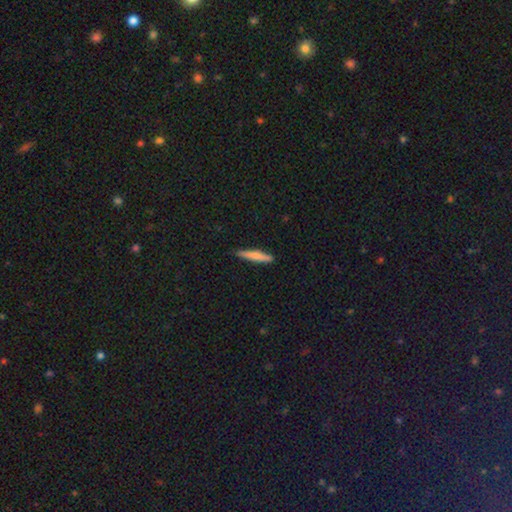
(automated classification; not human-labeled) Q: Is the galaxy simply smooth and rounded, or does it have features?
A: smooth — 65%.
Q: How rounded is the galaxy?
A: cigar-shaped — 93%.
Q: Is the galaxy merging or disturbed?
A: none — 88%.